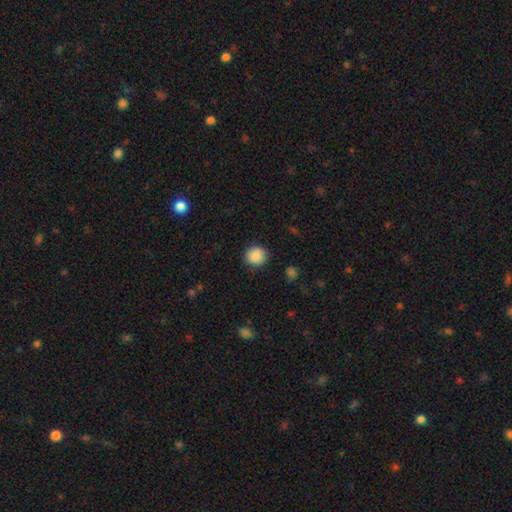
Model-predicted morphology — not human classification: smooth 89%, star or artifact 8%, featured or disk 3%. Down the decision tree: how rounded — round (90%); merging — none (89%).